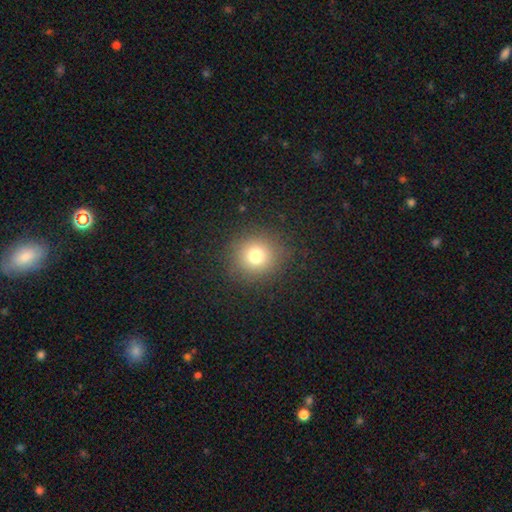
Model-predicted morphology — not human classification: smooth-or-featured: smooth: 75% | star or artifact: 16% | featured or disk: 10%
  how-rounded: round: 91% | in between: 8% | cigar-shaped: 1%
  merging: none: 88% | minor disturbance: 7% | major disturbance: 4% | merger: 1%